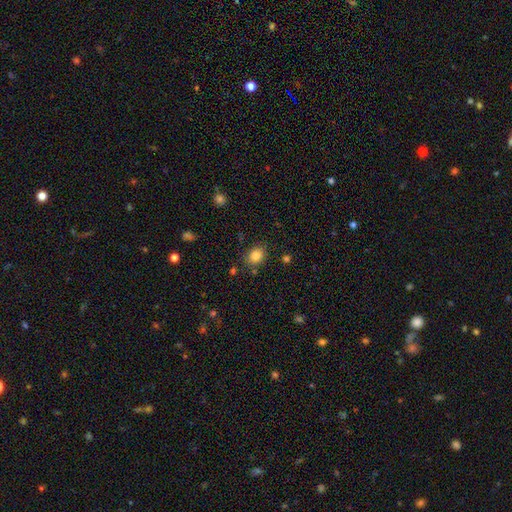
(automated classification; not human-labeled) A smooth galaxy with no disk features (84%) that is round (58%).

Vote fractions:
- Smooth or featured? smooth: 84% / star or artifact: 11% / featured or disk: 6%
- How rounded? round: 58% / in between: 41% / cigar-shaped: 1%
- Merging? none: 82% / minor disturbance: 12% / merger: 3% / major disturbance: 3%